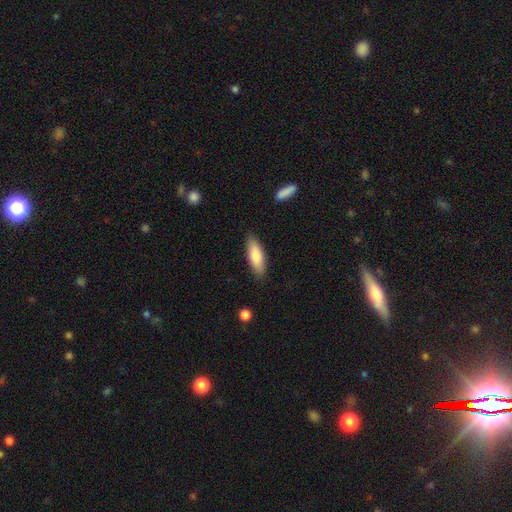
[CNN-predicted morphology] smooth-or-featured: smooth: 79% | featured or disk: 15% | star or artifact: 6%
  how-rounded: in between: 61% | cigar-shaped: 37% | round: 2%
  merging: none: 85% | minor disturbance: 11% | major disturbance: 2% | merger: 2%